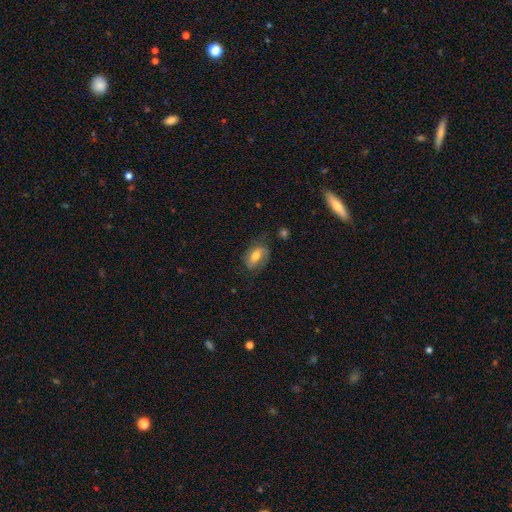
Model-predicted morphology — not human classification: The model was most divided on "smooth or featured": smooth: 59%, featured or disk: 34%, star or artifact: 8%. More confident: how rounded — in between (86%); merging — none (63%).